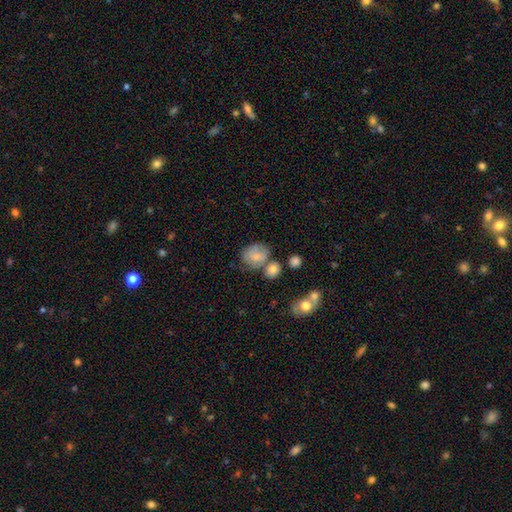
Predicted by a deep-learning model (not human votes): Overall: smooth (72%). How rounded: round (55%; in between 44%). Merging: none (47%; merger 24%).